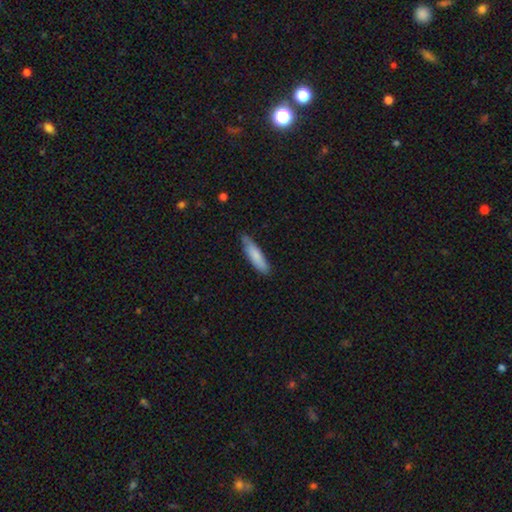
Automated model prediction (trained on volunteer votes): A smooth galaxy with no disk features (79%) that is cigar-shaped (73%). Merging: none (74%).